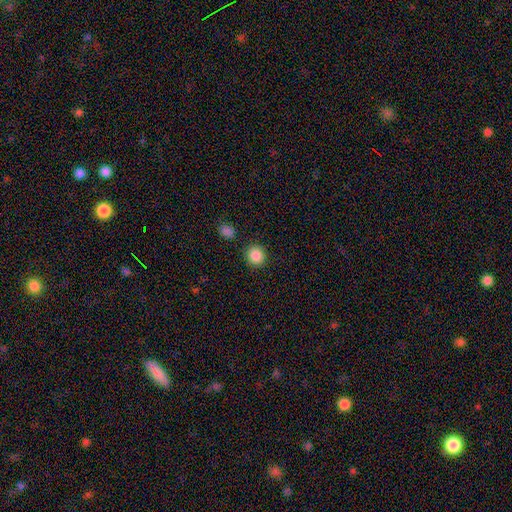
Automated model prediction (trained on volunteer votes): Smooth or featured? Predicted: smooth (p=0.87). How rounded? Predicted: round (p=0.88). Merging? Predicted: none (p=0.88).